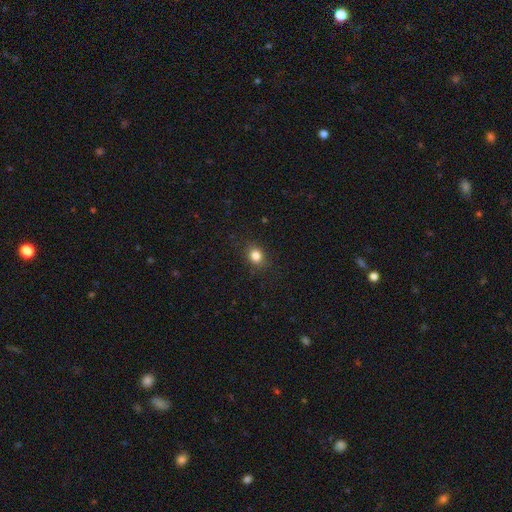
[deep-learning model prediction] Smooth or featured? Predicted: smooth (p=0.83). How rounded? Predicted: round (p=0.61). Merging? Predicted: none (p=0.87).